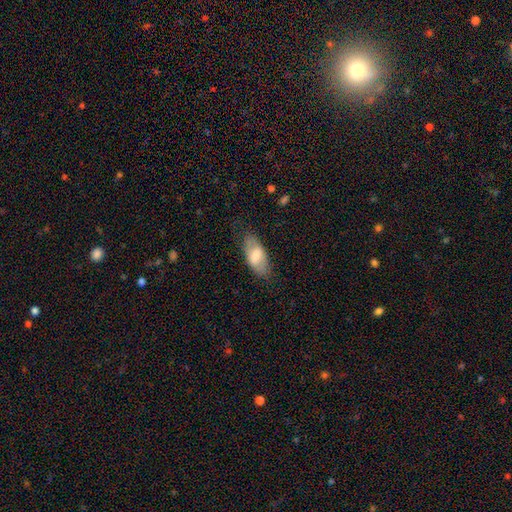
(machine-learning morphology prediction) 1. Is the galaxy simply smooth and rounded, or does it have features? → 65% smooth, 28% featured or disk, 6% star or artifact.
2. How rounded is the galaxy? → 88% in between, 10% cigar-shaped, 3% round.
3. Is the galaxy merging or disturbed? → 74% none, 19% minor disturbance, 6% major disturbance, 1% merger.